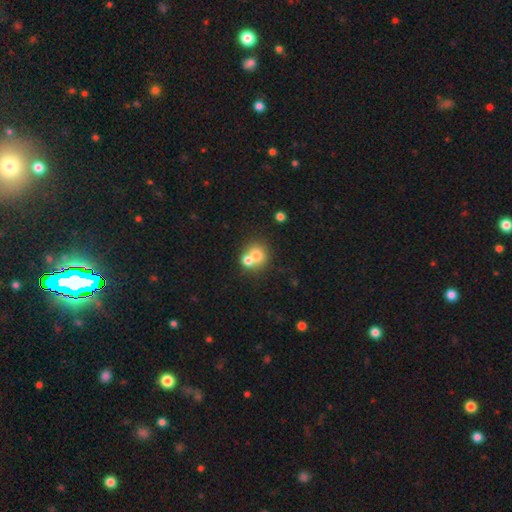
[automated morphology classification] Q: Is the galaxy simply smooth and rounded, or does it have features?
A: smooth — 70%.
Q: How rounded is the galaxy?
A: round — 80%.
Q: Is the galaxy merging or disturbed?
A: merger — 52%.